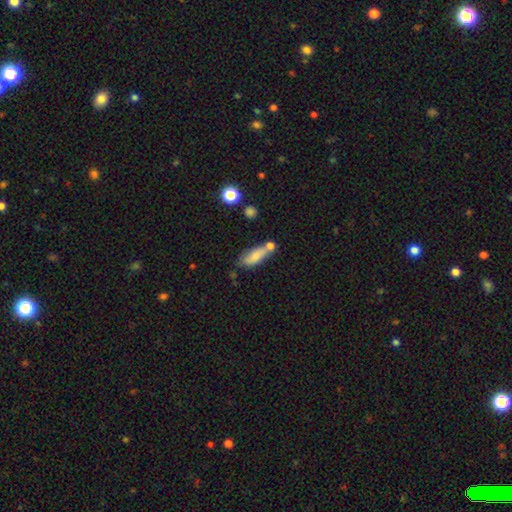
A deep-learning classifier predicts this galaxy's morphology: type=smooth (74%); roundness=in between (61%); merging=none (48%).